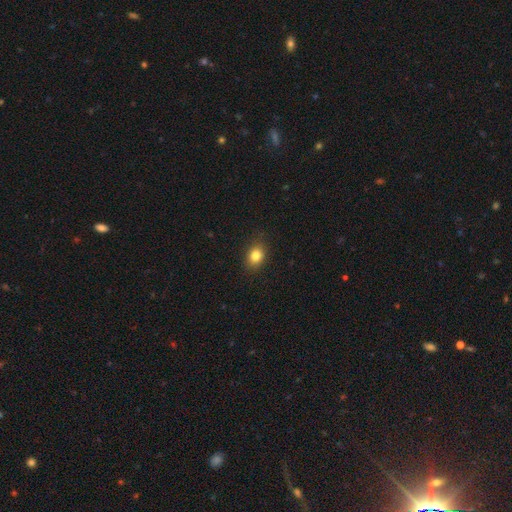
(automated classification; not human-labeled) Smooth or featured? Predicted: smooth (p=0.82). How rounded? Predicted: in between (p=0.56). Merging? Predicted: none (p=0.87).